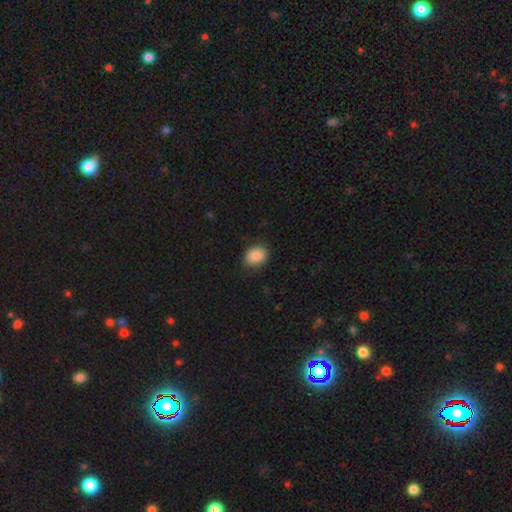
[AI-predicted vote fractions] Smooth or featured? Predicted: smooth (p=0.88). How rounded? Predicted: in between (p=0.53). Merging? Predicted: none (p=0.83).